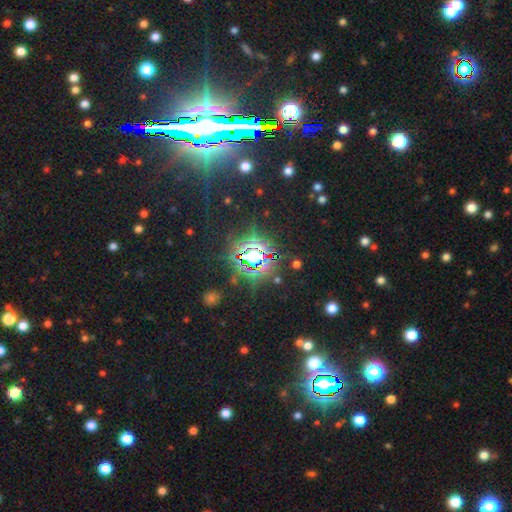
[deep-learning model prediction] Smooth or featured?
  - star or artifact: 82% *
  - smooth: 11%
  - featured or disk: 7%